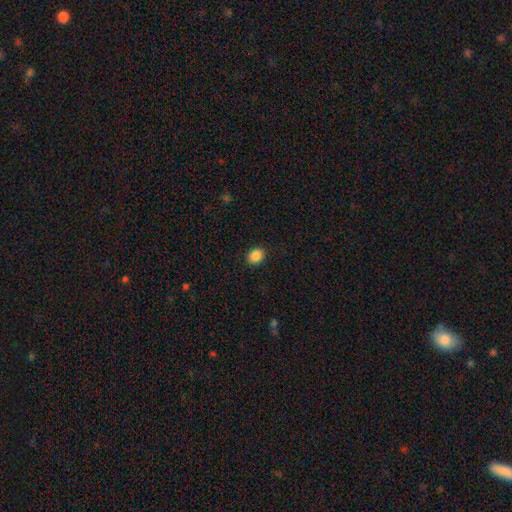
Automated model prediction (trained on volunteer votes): Overall: smooth (87%). How rounded: round (57%; in between 42%). Merging: none (90%).